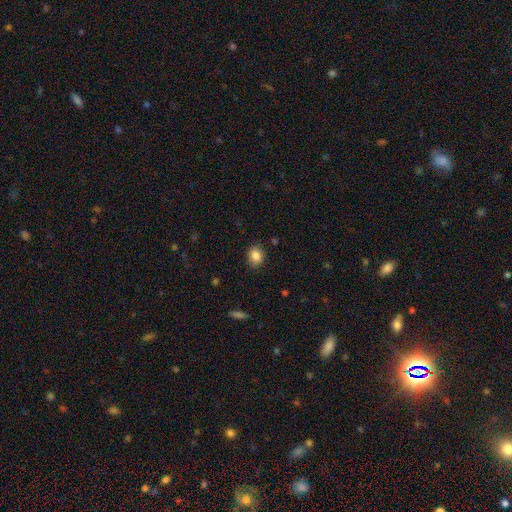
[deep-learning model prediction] Smooth or featured: smooth — 85% (star or artifact — 9%)
How rounded: round — 50% (in between — 49%)
Merging: none — 86% (minor disturbance — 10%)